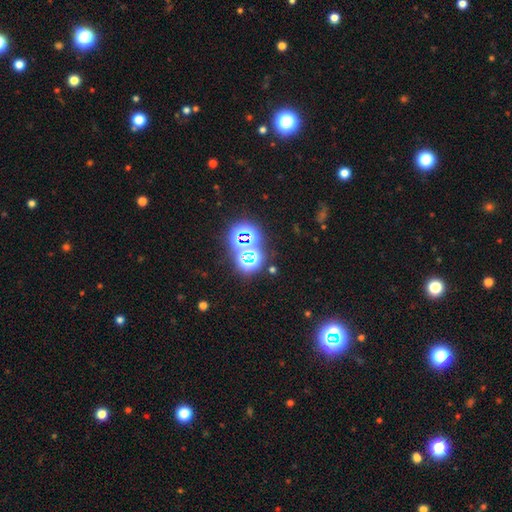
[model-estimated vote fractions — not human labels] Smooth or featured: star or artifact — 64% (smooth — 26%)